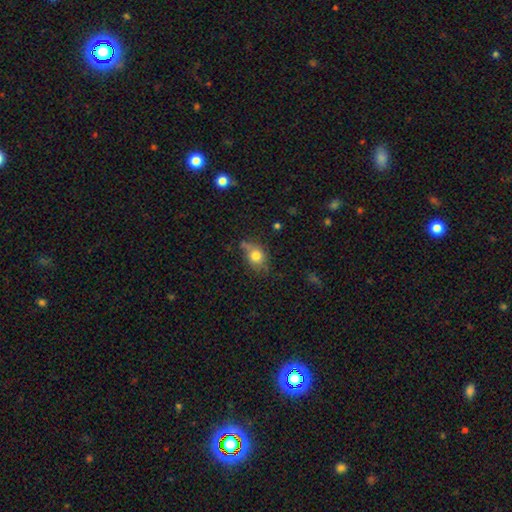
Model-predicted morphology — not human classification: smooth 76%, featured or disk 13%, star or artifact 11%. Down the decision tree: how rounded — in between (52%); merging — none (56%).